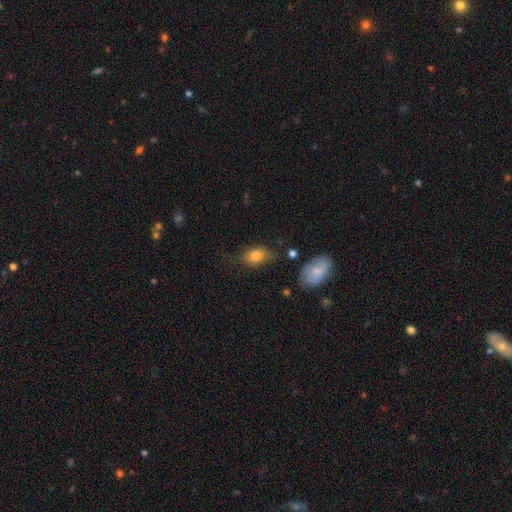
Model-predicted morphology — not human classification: The model was most divided on "merging": none: 65%, minor disturbance: 25%, major disturbance: 7%, merger: 3%. More confident: how rounded — in between (82%); smooth or featured — smooth (82%).